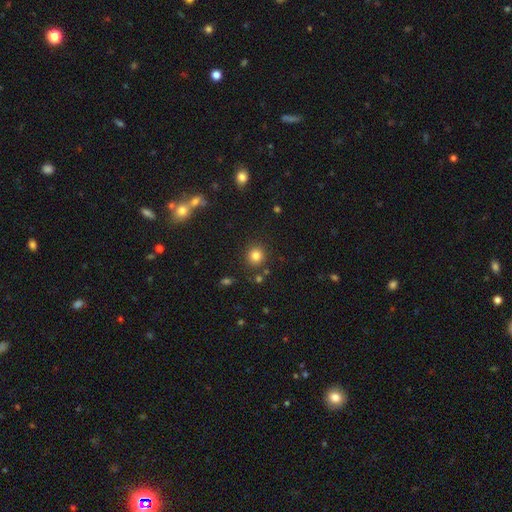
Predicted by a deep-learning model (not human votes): smooth-or-featured: smooth: 81% | star or artifact: 13% | featured or disk: 6%
  how-rounded: round: 91% | in between: 8% | cigar-shaped: 1%
  merging: none: 87% | minor disturbance: 7% | merger: 4% | major disturbance: 3%